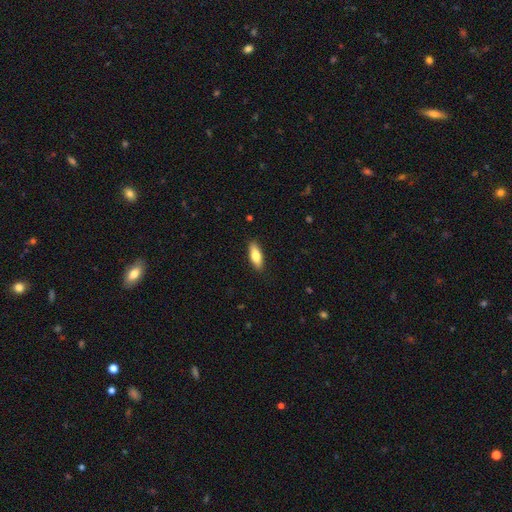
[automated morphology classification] Q: Smooth or featured?
A: smooth (78%); runner-up: featured or disk (16%)
Q: How rounded?
A: in between (65%); runner-up: cigar-shaped (33%)
Q: Merging?
A: none (89%); runner-up: minor disturbance (8%)